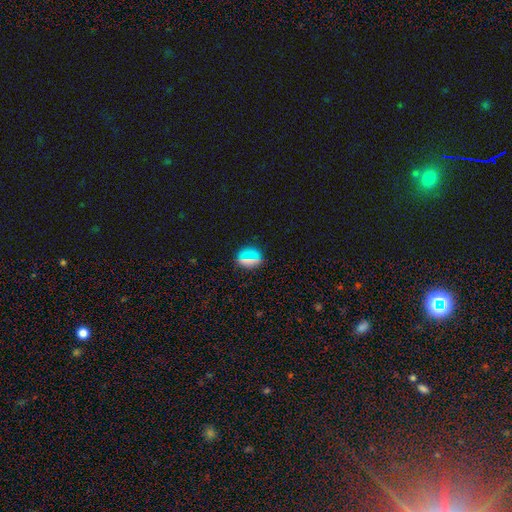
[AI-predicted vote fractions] Smooth or featured?
  - smooth: 62% *
  - star or artifact: 28%
  - featured or disk: 9%
How rounded?
  - round: 66% *
  - in between: 26%
  - cigar-shaped: 7%
Merging?
  - none: 87% *
  - minor disturbance: 8%
  - major disturbance: 3%
  - merger: 2%